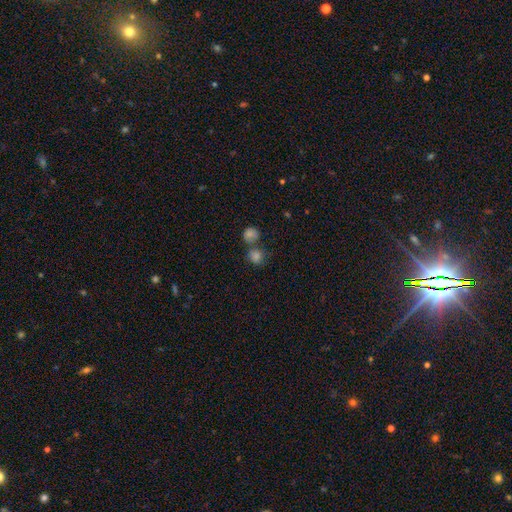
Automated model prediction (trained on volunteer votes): A smooth galaxy with no disk features (70%) that is round (85%).

Vote fractions:
- Smooth or featured? smooth: 70% / star or artifact: 20% / featured or disk: 10%
- How rounded? round: 85% / in between: 14% / cigar-shaped: 1%
- Merging? none: 57% / merger: 30% / minor disturbance: 9% / major disturbance: 4%